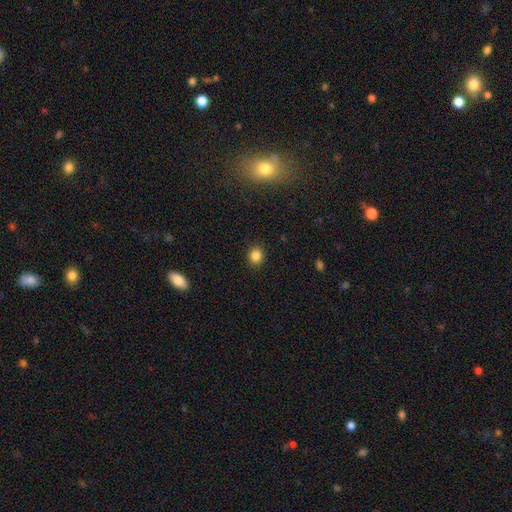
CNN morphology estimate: type=smooth (84%); roundness=round (78%); merging=none (91%).